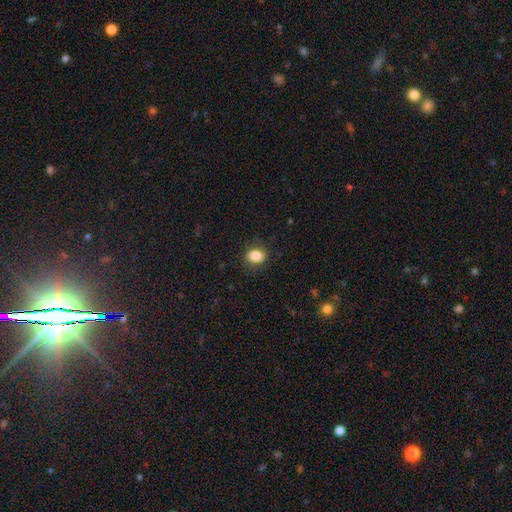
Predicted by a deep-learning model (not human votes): smooth_or_featured: smooth (p=0.84) [alt: star or artifact p=0.09]
how_rounded: in between (p=0.53) [alt: round p=0.46]
merging: none (p=0.82) [alt: minor disturbance p=0.14]